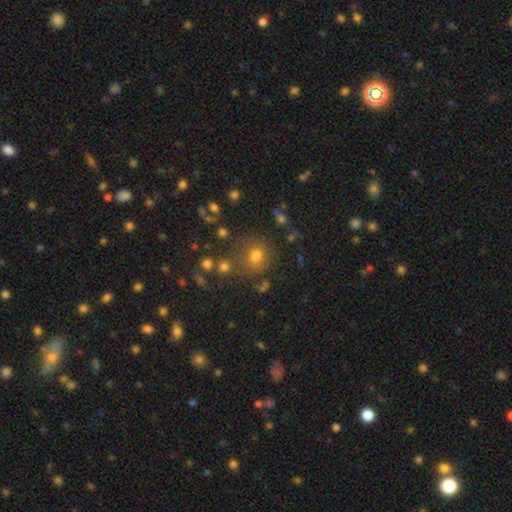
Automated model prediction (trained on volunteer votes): Smooth or featured? Predicted: smooth (p=0.68). How rounded? Predicted: round (p=0.75). Merging? Predicted: none (p=0.69).